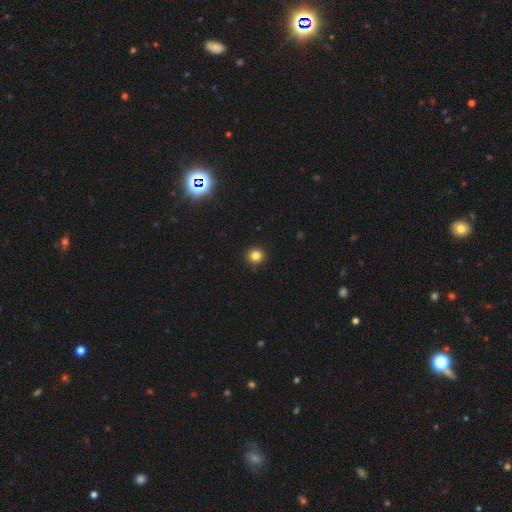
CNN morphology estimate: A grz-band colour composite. It shows a smooth galaxy with no disk features (83%) that is round (91%). Merging: none (92%).